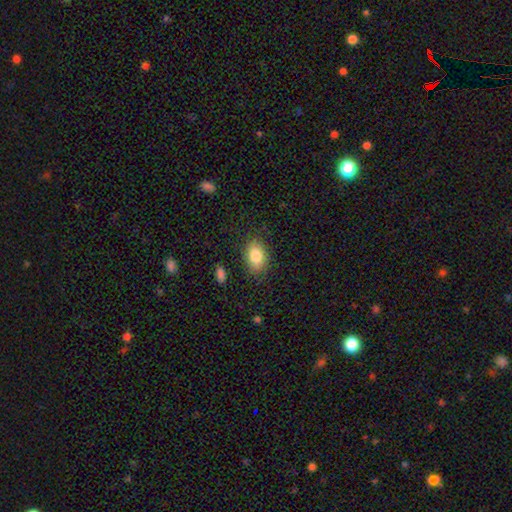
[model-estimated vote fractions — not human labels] A smooth galaxy with no disk features (83%) that is in between round and cigar-shaped (86%). Merging: none (81%).